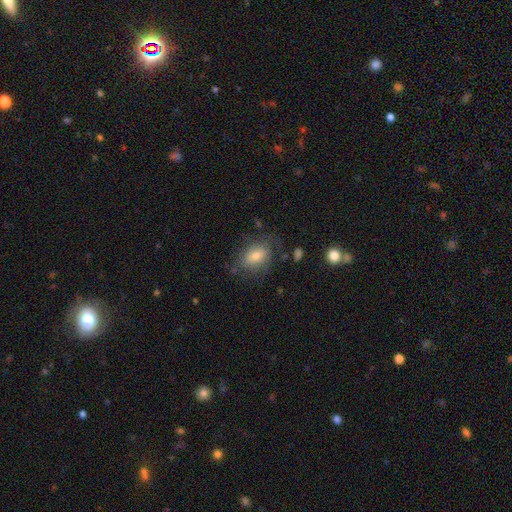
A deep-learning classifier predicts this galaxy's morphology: This is likely a smooth galaxy (63%). How rounded: likely in between (75%). Merging: likely none (66%).